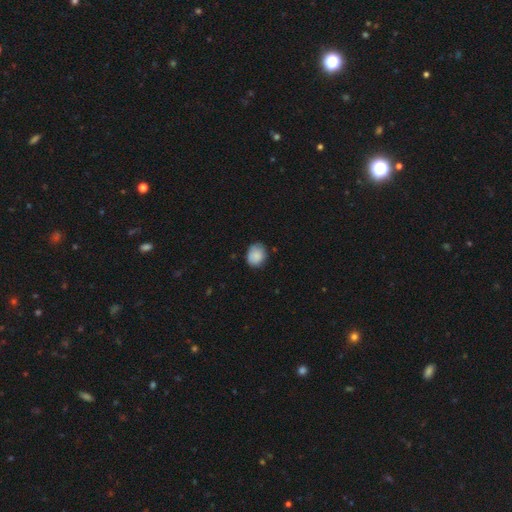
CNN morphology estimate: A smooth galaxy with no disk features (85%) that is round (63%). Merging: none (73%).